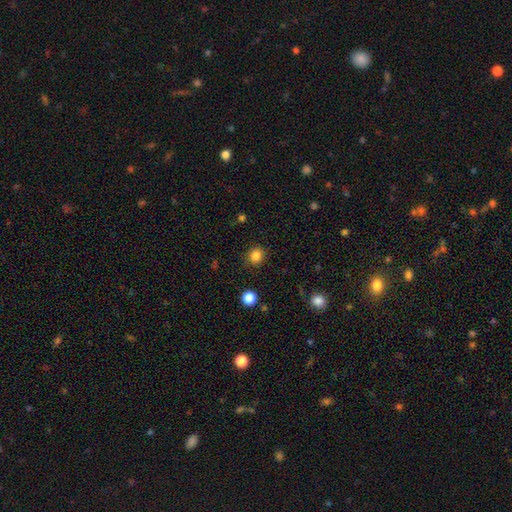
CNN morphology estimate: type=smooth (84%); roundness=round (79%); merging=none (88%).